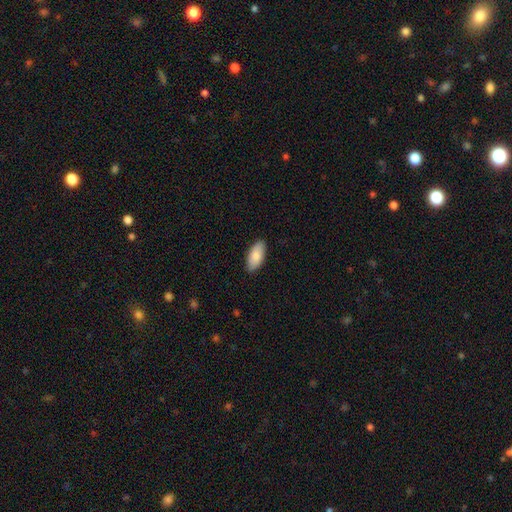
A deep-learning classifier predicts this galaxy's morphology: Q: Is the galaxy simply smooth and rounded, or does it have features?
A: smooth — 86%.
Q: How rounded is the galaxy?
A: in between — 91%.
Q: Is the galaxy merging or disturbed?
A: none — 88%.